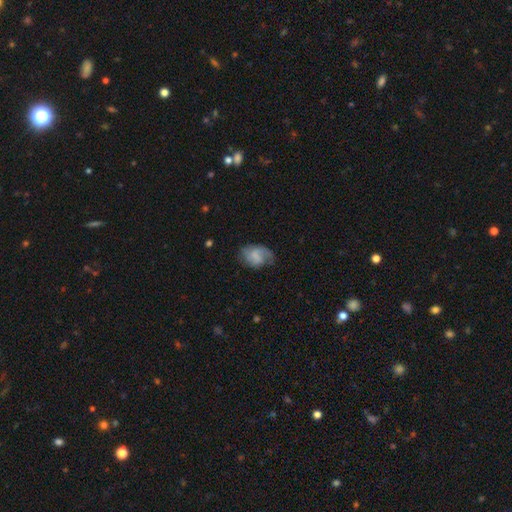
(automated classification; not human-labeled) This is possibly a smooth galaxy (56%). How rounded: likely in between (78%). Merging: possibly none (49%).